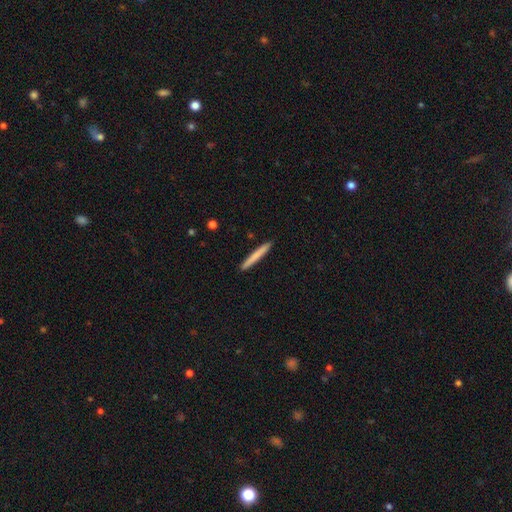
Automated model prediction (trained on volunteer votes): smooth 75%, featured or disk 20%, star or artifact 5%. Down the decision tree: how rounded — cigar-shaped (97%); merging — none (93%).